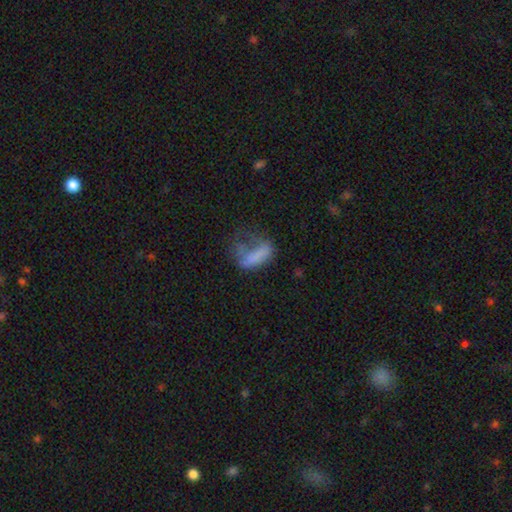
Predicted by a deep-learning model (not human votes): A smooth galaxy with no disk features (63%) that is in between round and cigar-shaped (65%).

Vote fractions:
- Smooth or featured? smooth: 63% / featured or disk: 25% / star or artifact: 12%
- How rounded? in between: 65% / cigar-shaped: 28% / round: 7%
- Merging? major disturbance: 51% / none: 22% / minor disturbance: 21% / merger: 7%